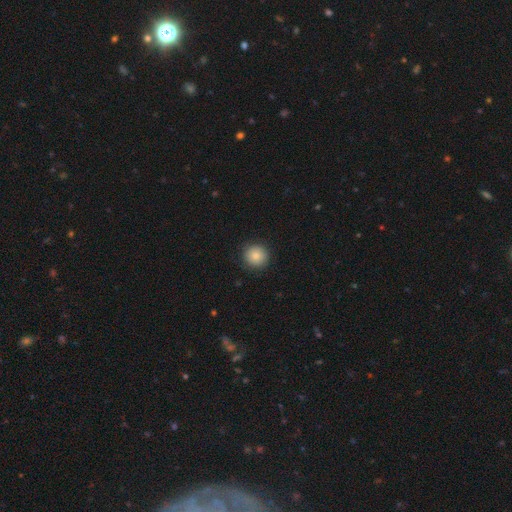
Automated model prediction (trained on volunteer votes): Smooth or featured? smooth (84%)
How rounded? round (94%)
Merging? none (90%)